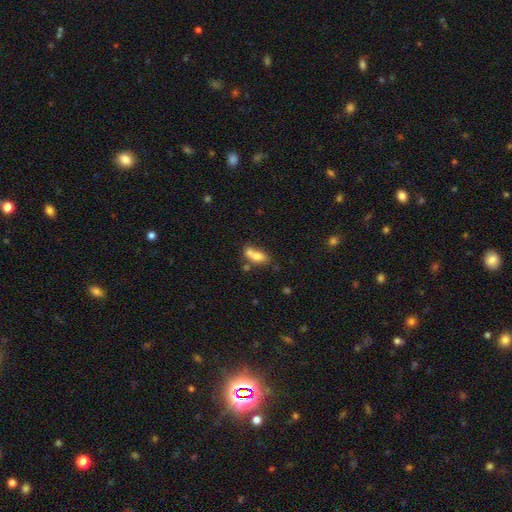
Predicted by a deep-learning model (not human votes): Smooth or featured? smooth (72%)
How rounded? in between (78%)
Merging? merger (47%)